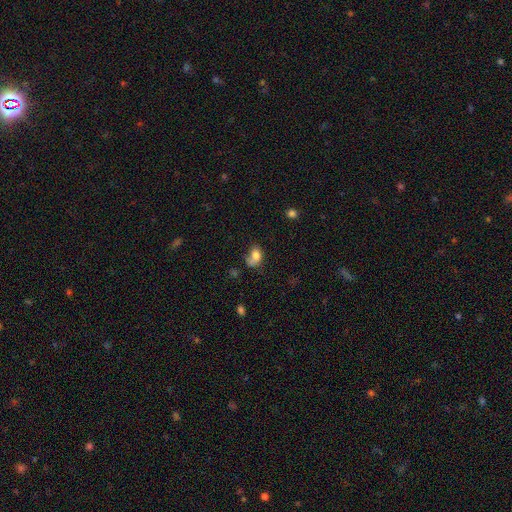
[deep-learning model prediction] This appears to be a smooth galaxy with no disk features (76%) that is in between round and cigar-shaped (68%). Merging: none (35%).